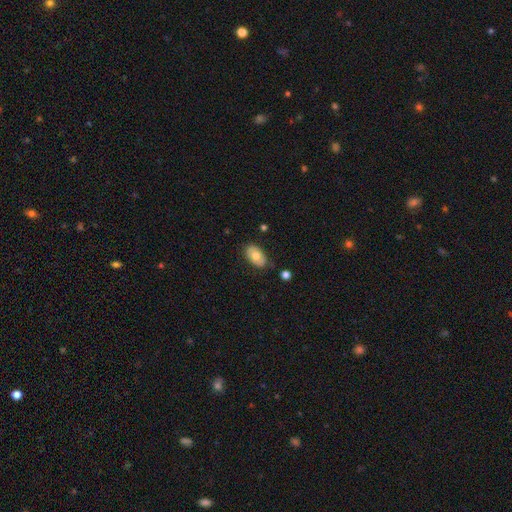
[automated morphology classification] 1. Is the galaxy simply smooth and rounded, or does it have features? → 65% smooth, 28% featured or disk, 7% star or artifact.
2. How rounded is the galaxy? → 91% in between, 7% round, 1% cigar-shaped.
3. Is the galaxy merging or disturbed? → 81% none, 14% minor disturbance, 3% major disturbance, 2% merger.